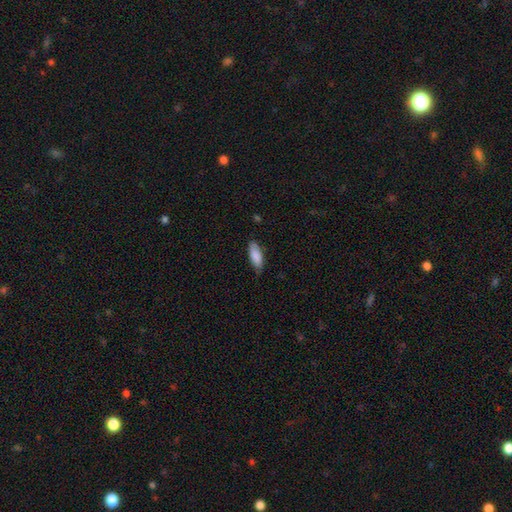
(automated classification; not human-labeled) Smooth or featured? smooth (86%)
How rounded? in between (77%)
Merging? none (72%)